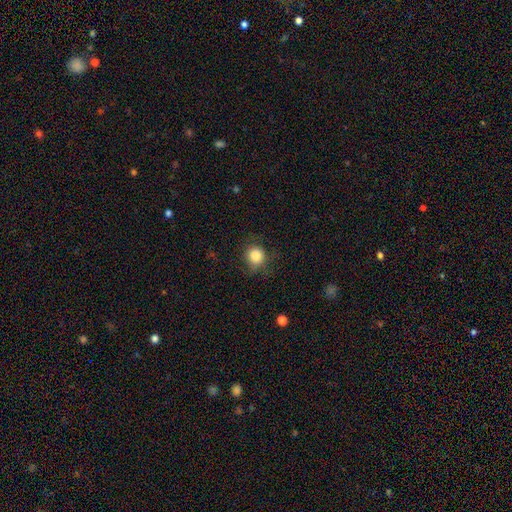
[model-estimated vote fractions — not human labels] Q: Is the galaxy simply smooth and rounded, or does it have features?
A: smooth — 84%.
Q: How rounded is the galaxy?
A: round — 87%.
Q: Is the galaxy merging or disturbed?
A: none — 72%.